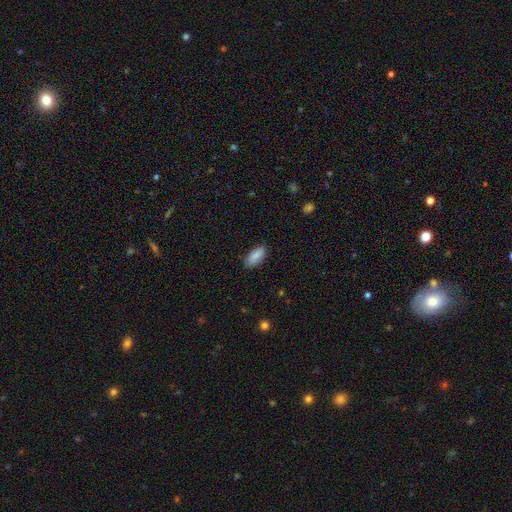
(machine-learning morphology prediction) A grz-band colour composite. It shows a smooth galaxy with no disk features (88%) that is in between round and cigar-shaped (87%). Merging: none (84%).